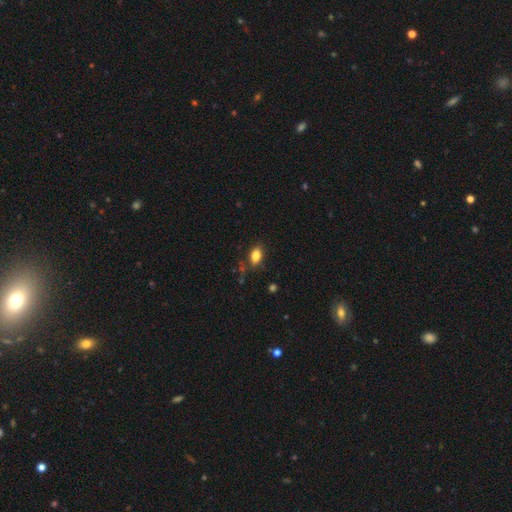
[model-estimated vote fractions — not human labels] This appears to be a smooth galaxy with no disk features (85%) that is in between round and cigar-shaped (87%). Merging: none (78%).